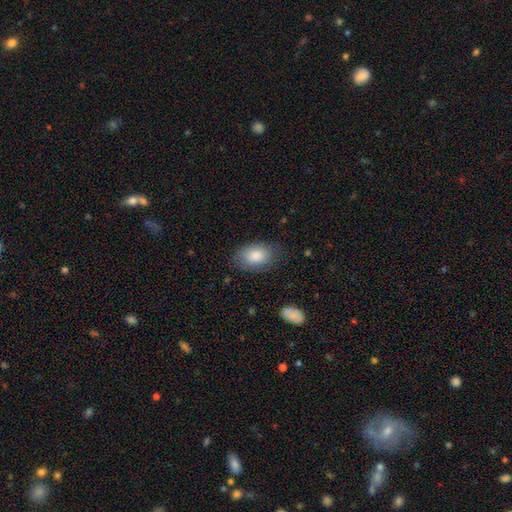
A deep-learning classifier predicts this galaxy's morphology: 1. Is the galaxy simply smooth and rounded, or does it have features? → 84% smooth, 10% featured or disk, 6% star or artifact.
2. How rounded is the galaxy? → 89% in between, 10% round, 1% cigar-shaped.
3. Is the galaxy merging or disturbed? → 76% none, 17% minor disturbance, 5% major disturbance, 1% merger.